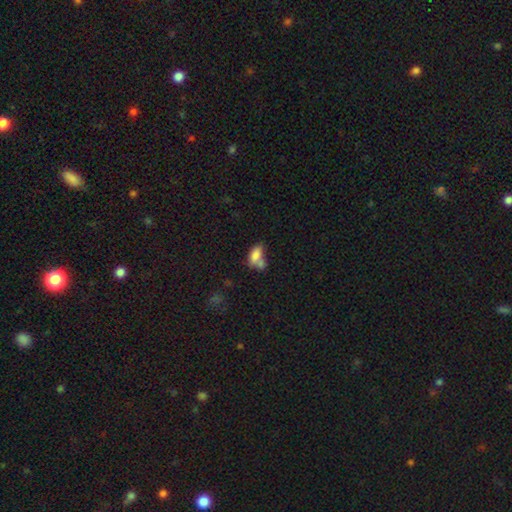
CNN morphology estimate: smooth 78%, featured or disk 13%, star or artifact 9%. Down the decision tree: how rounded — in between (87%); merging — merger (42%).